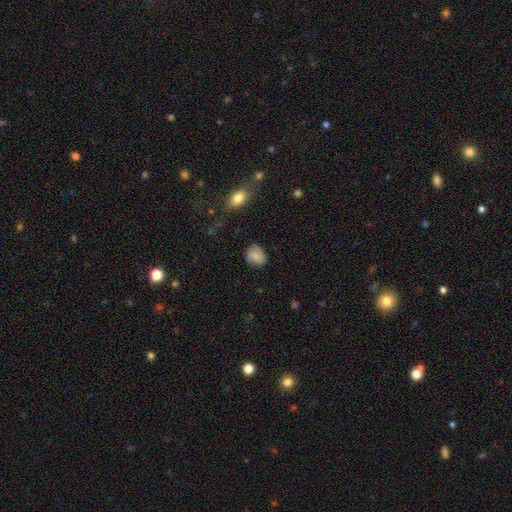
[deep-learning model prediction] A smooth galaxy with no disk features (77%) that is in between round and cigar-shaped (54%). Merging: none (73%).